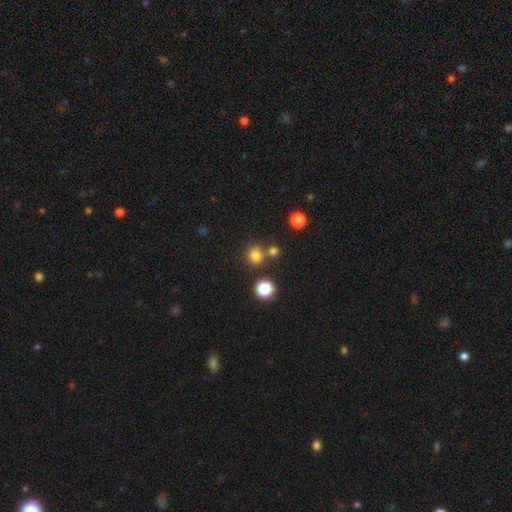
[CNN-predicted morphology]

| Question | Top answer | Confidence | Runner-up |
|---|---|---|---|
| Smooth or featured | smooth | 76% | star or artifact (18%) |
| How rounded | round | 83% | in between (17%) |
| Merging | none | 72% | merger (16%) |